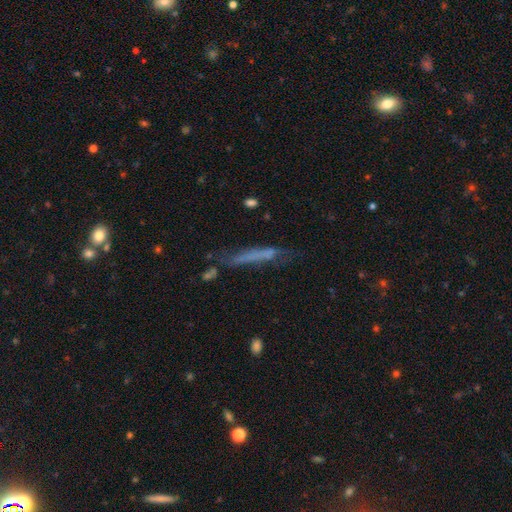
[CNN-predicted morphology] This appears to be a smooth galaxy with no disk features (50%) that is cigar-shaped (92%). Merging: none (57%).